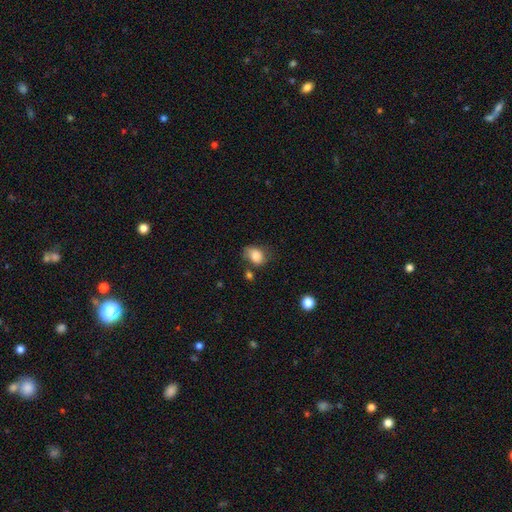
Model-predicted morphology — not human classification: Overall: smooth (82%). How rounded: in between (67%; round 32%). Merging: none (50%; minor disturbance 32%).